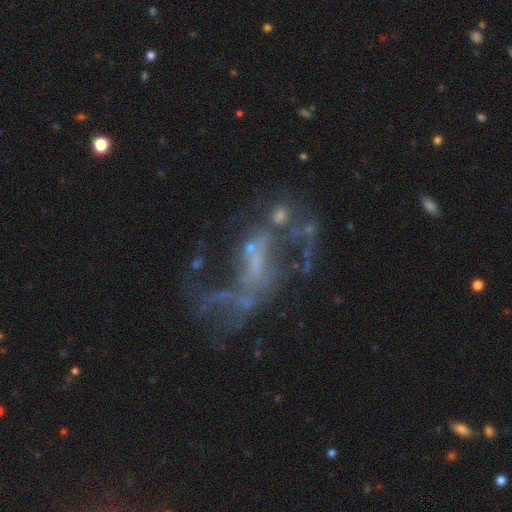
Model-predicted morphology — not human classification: Smooth or featured? featured or disk (71%)
Edge-on disk? no (96%)
Bar? no (56%)
Spiral arms? no (55%)
Bulge size? none (55%)
Merging? major disturbance (39%)